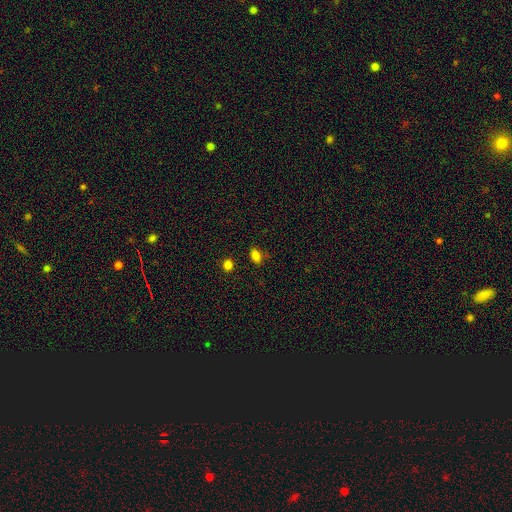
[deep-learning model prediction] Smooth or featured?
  - smooth: 82% *
  - star or artifact: 12%
  - featured or disk: 6%
How rounded?
  - in between: 83% *
  - round: 15%
  - cigar-shaped: 3%
Merging?
  - none: 80% *
  - minor disturbance: 13%
  - major disturbance: 3%
  - merger: 3%